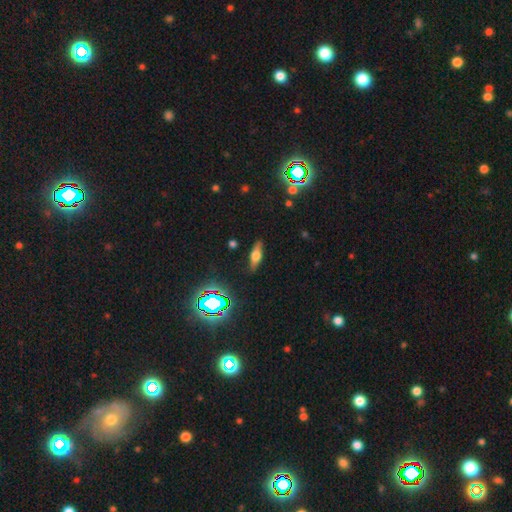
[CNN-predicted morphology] smooth 45%, featured or disk 42%, star or artifact 13%. Down the decision tree: merging — none (85%).